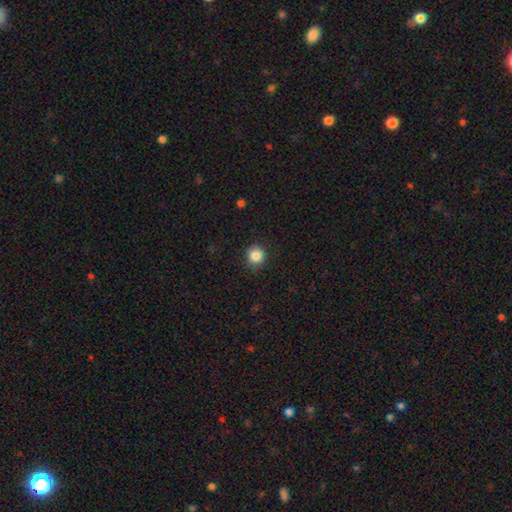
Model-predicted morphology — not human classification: smooth-or-featured: smooth: 86% | star or artifact: 10% | featured or disk: 4%
  how-rounded: round: 92% | in between: 7% | cigar-shaped: 1%
  merging: none: 89% | minor disturbance: 8% | major disturbance: 2% | merger: 1%